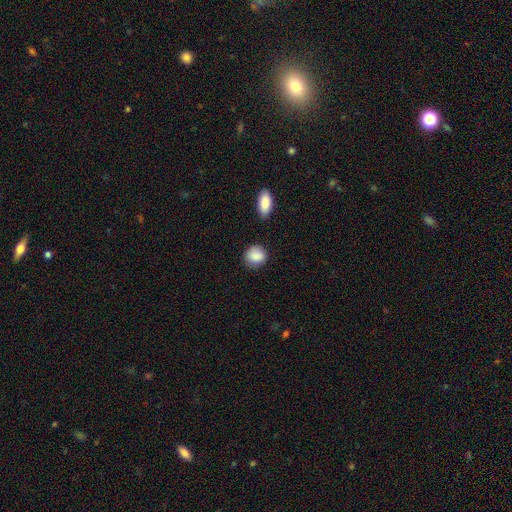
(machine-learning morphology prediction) The model was most divided on "how rounded": round: 76%, in between: 23%, cigar-shaped: 1%. More confident: smooth or featured — smooth (88%); merging — none (78%).